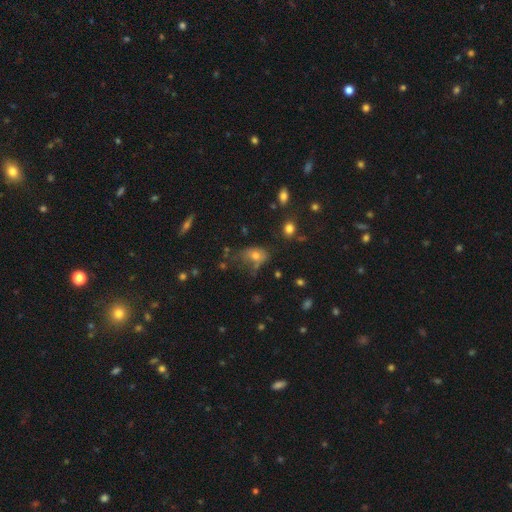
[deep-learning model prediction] Smooth or featured?
  - smooth: 68% *
  - featured or disk: 17%
  - star or artifact: 15%
How rounded?
  - in between: 76% *
  - round: 21%
  - cigar-shaped: 2%
Merging?
  - none: 42% *
  - minor disturbance: 29%
  - major disturbance: 21%
  - merger: 8%